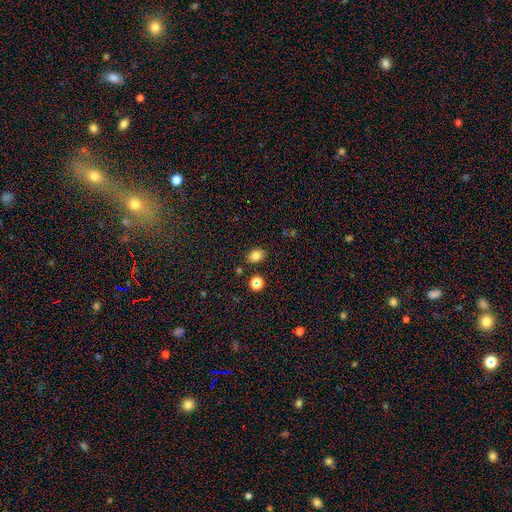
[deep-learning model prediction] Morphology: type=smooth (80%); roundness=in between (62%); merging=none (84%).